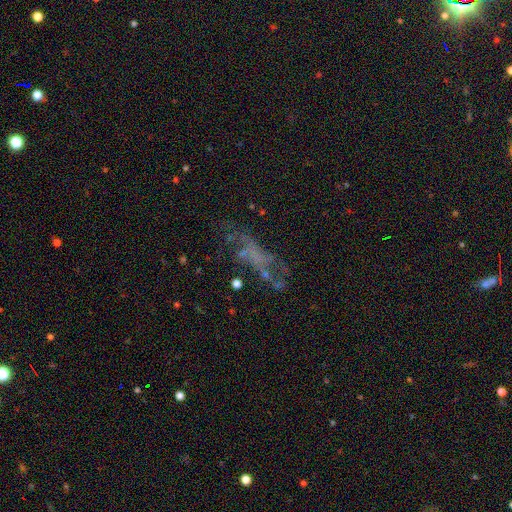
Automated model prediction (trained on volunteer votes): A featured or disk galaxy (53%).

Vote fractions:
- Smooth or featured? featured or disk: 53% / smooth: 25% / star or artifact: 22%
- Edge-on disk? no: 86% / yes: 14%
- Merging? none: 45% / major disturbance: 29% / minor disturbance: 19% / merger: 7%